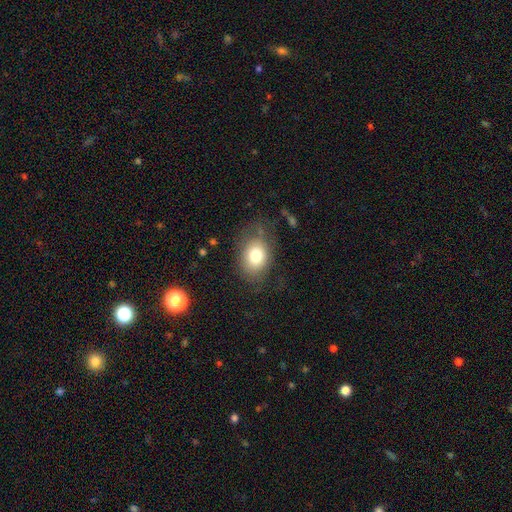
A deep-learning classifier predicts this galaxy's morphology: Smooth or featured? smooth (77%)
How rounded? in between (66%)
Merging? none (71%)